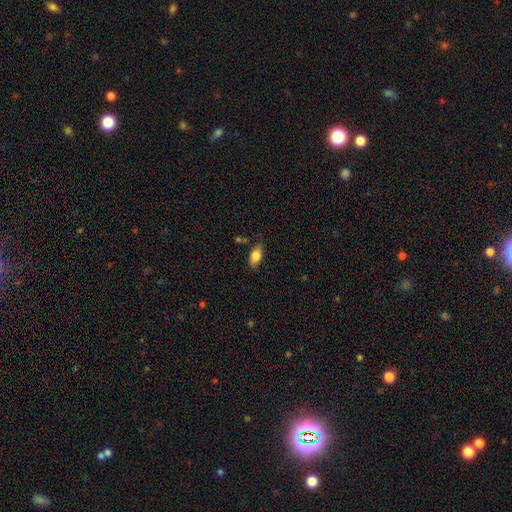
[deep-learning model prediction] This is clearly a smooth galaxy (81%). How rounded: clearly in between (89%). Merging: likely none (75%).